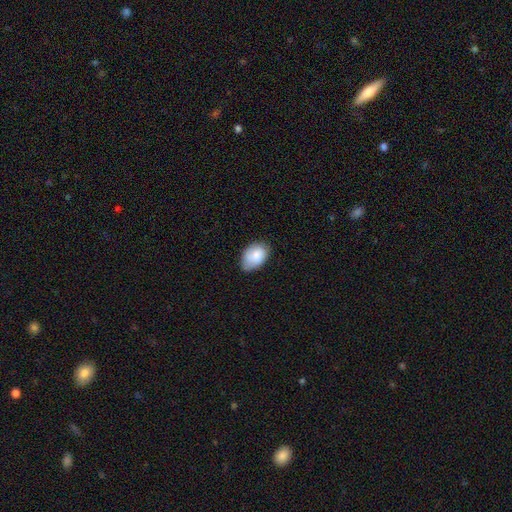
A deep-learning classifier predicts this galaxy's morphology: Q: Smooth or featured?
A: smooth (81%); runner-up: featured or disk (12%)
Q: How rounded?
A: in between (88%); runner-up: round (11%)
Q: Merging?
A: none (65%); runner-up: minor disturbance (29%)